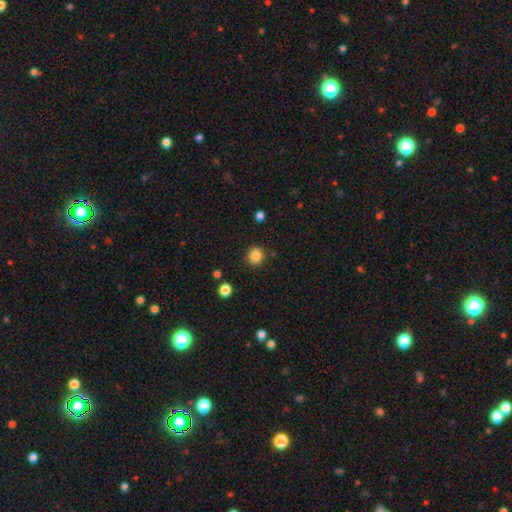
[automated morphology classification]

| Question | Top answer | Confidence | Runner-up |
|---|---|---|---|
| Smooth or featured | smooth | 85% | star or artifact (11%) |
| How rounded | round | 91% | in between (8%) |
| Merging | none | 88% | minor disturbance (7%) |